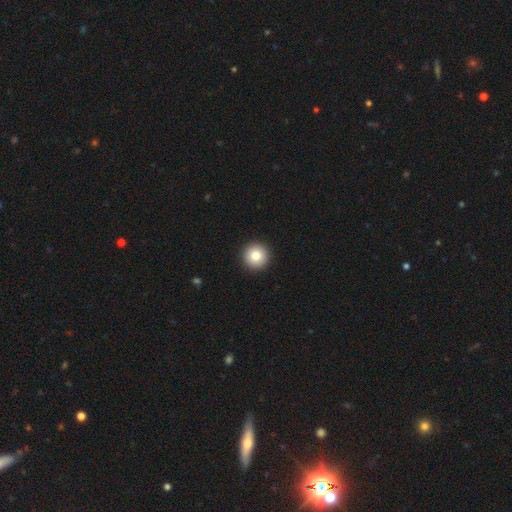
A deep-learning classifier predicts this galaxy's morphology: Smooth or featured? Predicted: smooth (p=0.83). How rounded? Predicted: round (p=0.96). Merging? Predicted: none (p=0.94).